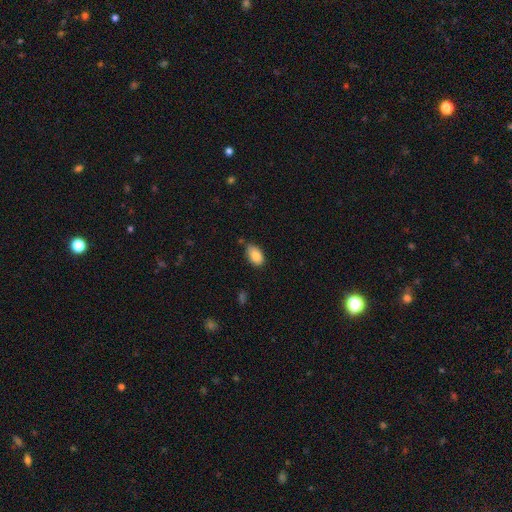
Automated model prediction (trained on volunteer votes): smooth-or-featured: smooth: 85% | star or artifact: 7% | featured or disk: 7%
  how-rounded: in between: 92% | round: 6% | cigar-shaped: 2%
  merging: none: 70% | minor disturbance: 23% | merger: 4% | major disturbance: 3%